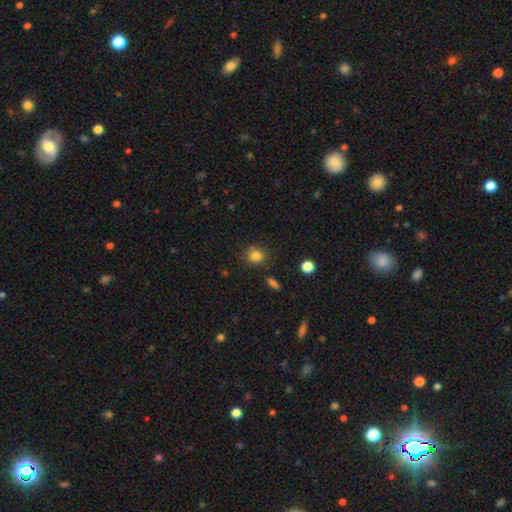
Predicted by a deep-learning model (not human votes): The model was most divided on "merging": none: 80%, minor disturbance: 12%, merger: 5%, major disturbance: 3%. More confident: how rounded — round (85%); smooth or featured — smooth (82%).